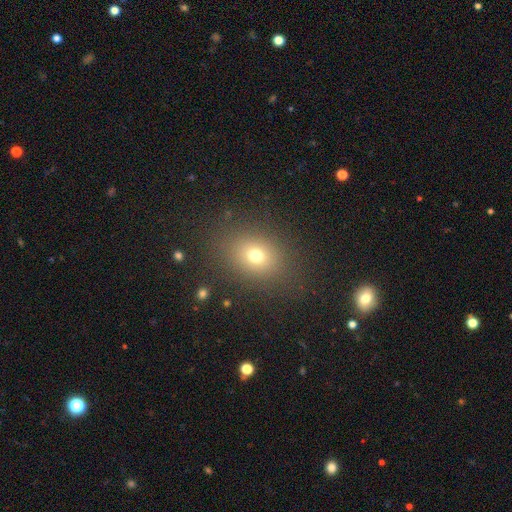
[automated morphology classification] Smooth or featured: smooth — 71% (star or artifact — 18%)
How rounded: round — 50% (in between — 49%)
Merging: none — 84% (minor disturbance — 9%)